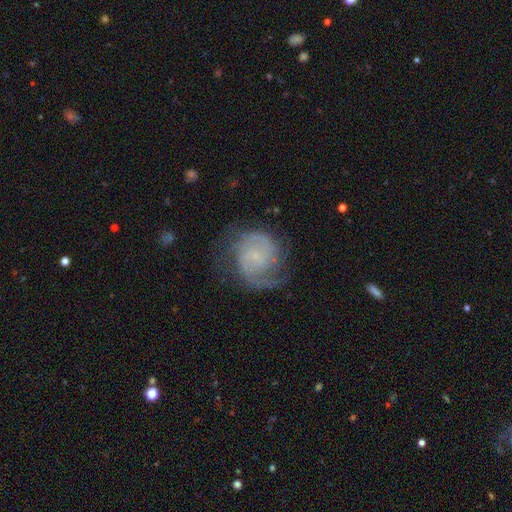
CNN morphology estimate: A featured or disk galaxy (83%) with no bar (71%), 2 (58%) medium (45%) spiral arms (96%) and a small central bulge (77%). Merging: none (67%).